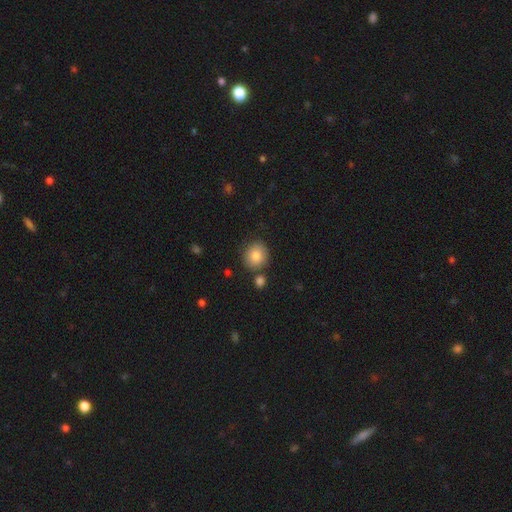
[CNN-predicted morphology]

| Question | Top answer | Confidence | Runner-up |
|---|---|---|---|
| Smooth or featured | smooth | 85% | star or artifact (8%) |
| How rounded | round | 81% | in between (18%) |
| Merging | none | 77% | minor disturbance (10%) |